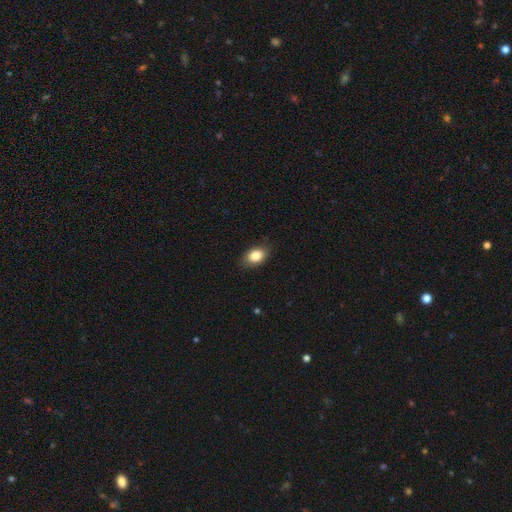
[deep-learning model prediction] This is clearly a smooth galaxy (85%). How rounded: clearly in between (83%). Merging: clearly none (83%).